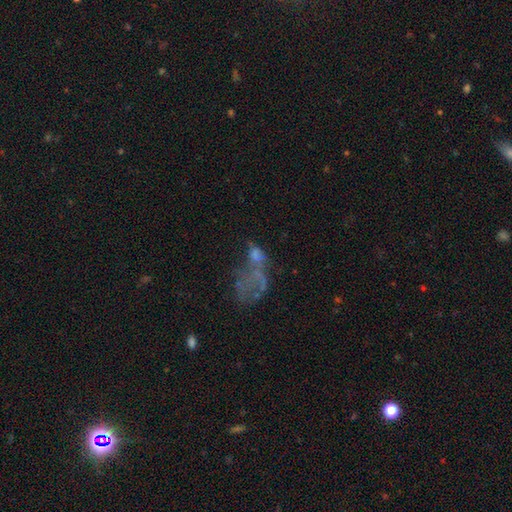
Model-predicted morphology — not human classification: This is possibly a featured or disk galaxy (46%). Merging: marginally major disturbance (41%).